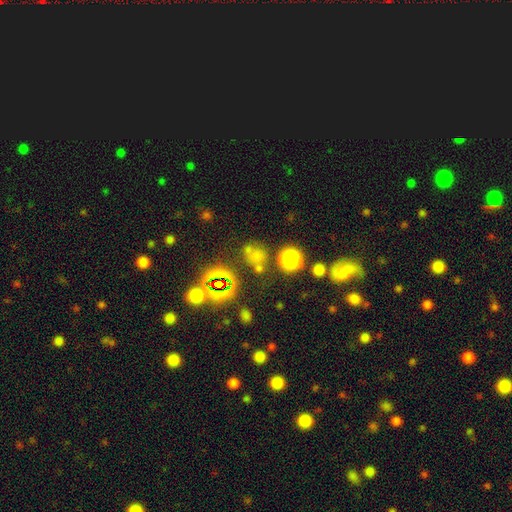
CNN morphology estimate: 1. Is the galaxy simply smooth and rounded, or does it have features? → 52% smooth, 36% star or artifact, 12% featured or disk.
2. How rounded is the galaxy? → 74% round, 24% in between, 2% cigar-shaped.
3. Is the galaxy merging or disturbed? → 57% none, 20% merger, 14% minor disturbance, 9% major disturbance.